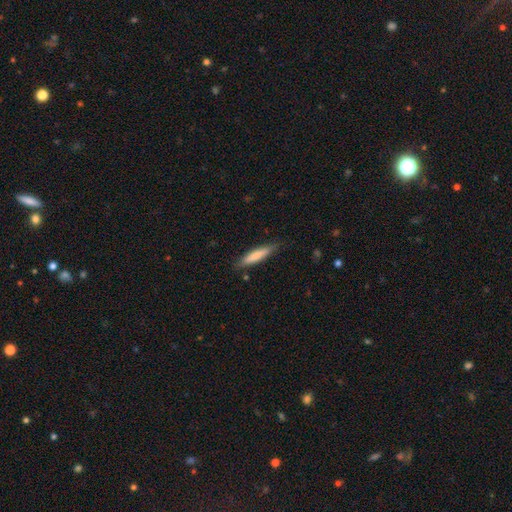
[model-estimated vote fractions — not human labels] Smooth or featured?
  - smooth: 75% *
  - featured or disk: 19%
  - star or artifact: 5%
How rounded?
  - cigar-shaped: 85% *
  - in between: 14%
  - round: 1%
Merging?
  - none: 81% *
  - minor disturbance: 14%
  - major disturbance: 3%
  - merger: 2%